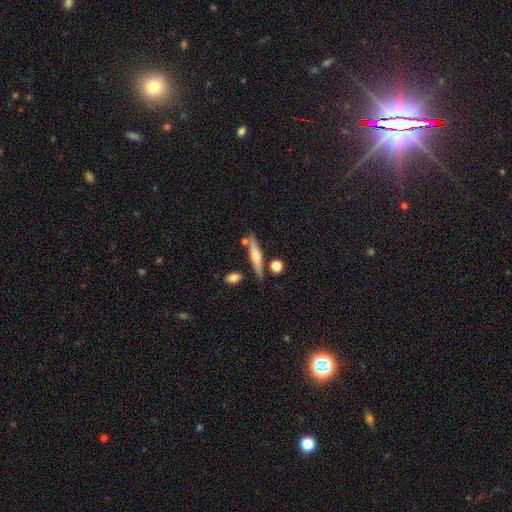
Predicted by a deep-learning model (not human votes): smooth-or-featured: featured or disk: 48% | smooth: 45% | star or artifact: 7%
  merging: none: 78% | minor disturbance: 12% | merger: 8% | major disturbance: 3%